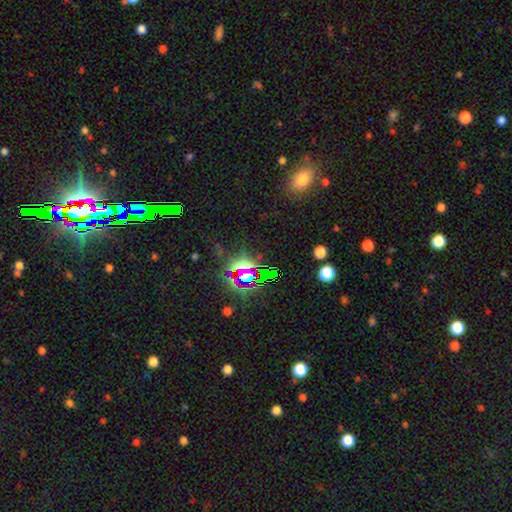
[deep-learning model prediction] A star or artifact, not a galaxy (77%).